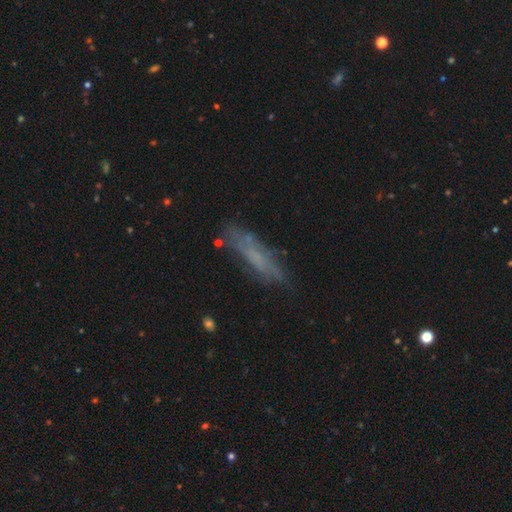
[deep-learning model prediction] smooth 50%, featured or disk 38%, star or artifact 11%. Down the decision tree: how rounded — cigar-shaped (73%); merging — none (71%).